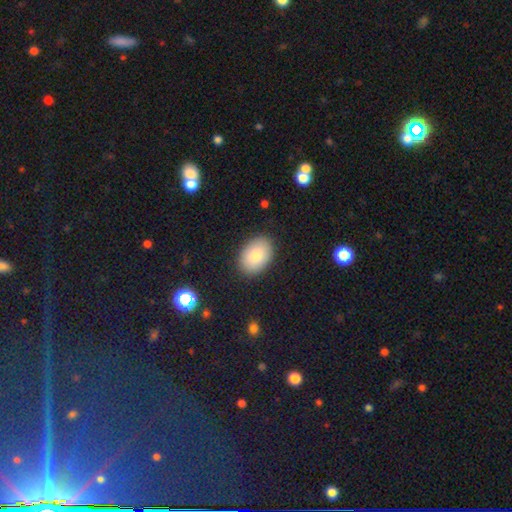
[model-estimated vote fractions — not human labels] smooth-or-featured: smooth: 85% | featured or disk: 8% | star or artifact: 7%
  how-rounded: in between: 83% | round: 16% | cigar-shaped: 1%
  merging: none: 87% | minor disturbance: 9% | major disturbance: 2% | merger: 1%